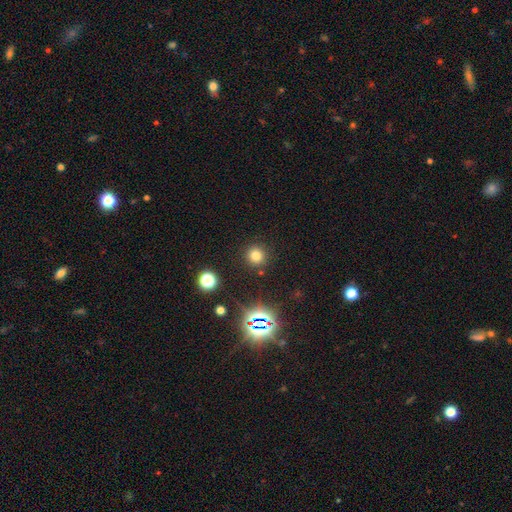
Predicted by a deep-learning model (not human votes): Smooth or featured? smooth (73%)
How rounded? round (94%)
Merging? none (89%)